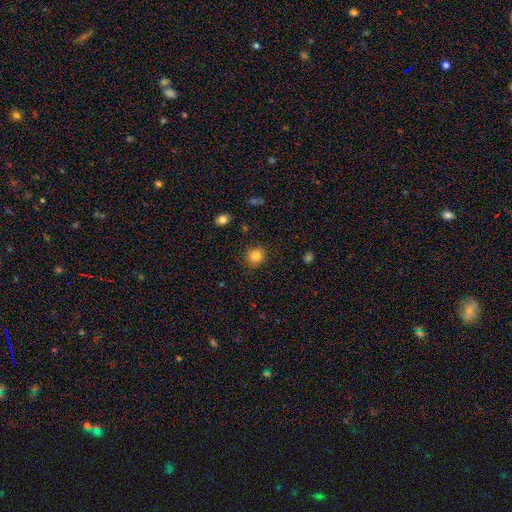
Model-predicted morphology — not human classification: The model was most divided on "smooth or featured": smooth: 84%, star or artifact: 11%, featured or disk: 5%. More confident: how rounded — round (89%); merging — none (87%).